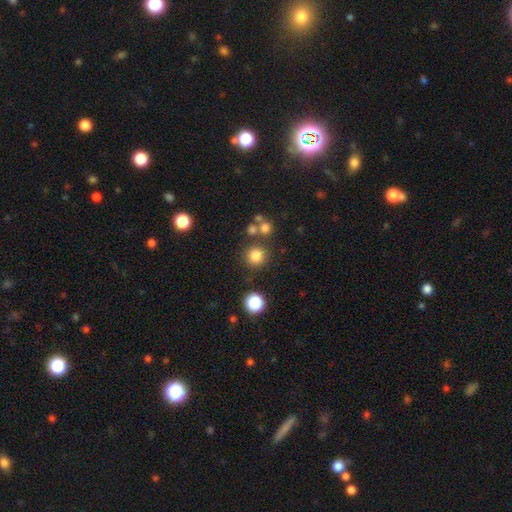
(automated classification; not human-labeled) Overall: smooth (80%). How rounded: round (94%). Merging: none (80%).